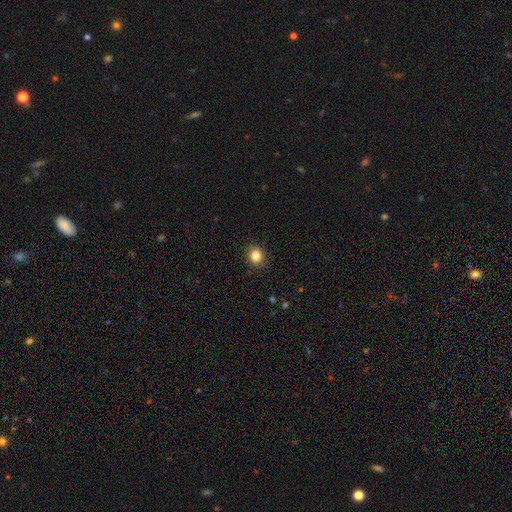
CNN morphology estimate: smooth 84%, star or artifact 11%, featured or disk 5%. Down the decision tree: how rounded — round (72%); merging — none (90%).